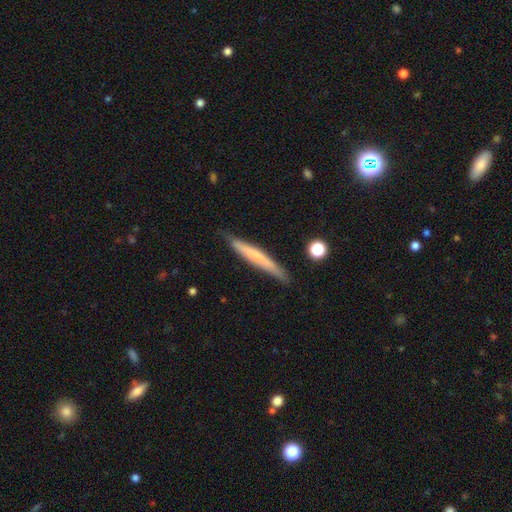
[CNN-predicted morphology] Overall: smooth (58%; featured or disk 36%). How rounded: cigar-shaped (95%). Merging: none (82%).